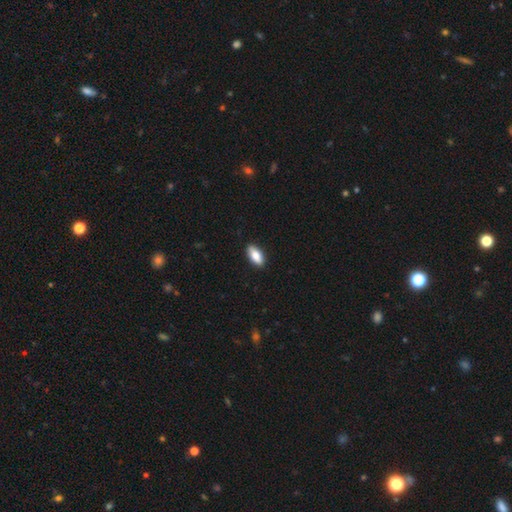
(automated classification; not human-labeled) Morphology: type=smooth (82%); roundness=in between (86%); merging=none (89%).